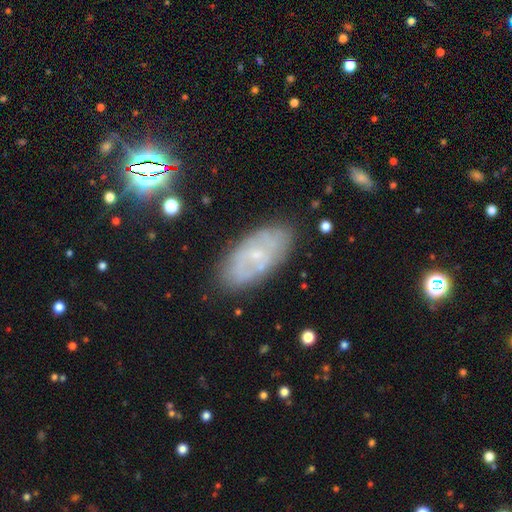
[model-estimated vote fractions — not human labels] This appears to be a featured or disk galaxy (57%) with no bar (72%), spiral arms (51%) and a small central bulge (76%). Merging: none (77%).